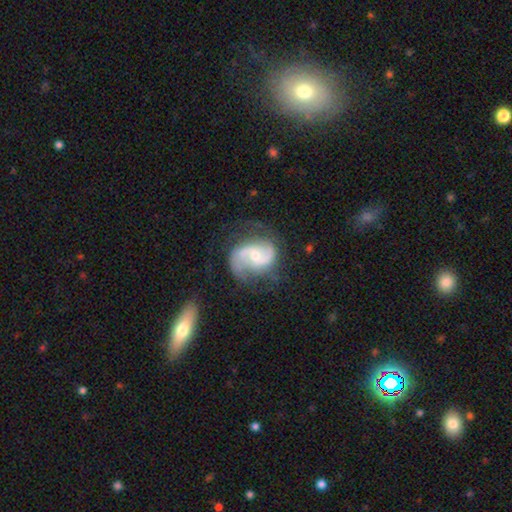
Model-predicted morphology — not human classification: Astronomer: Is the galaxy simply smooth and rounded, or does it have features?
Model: featured or disk — 87%.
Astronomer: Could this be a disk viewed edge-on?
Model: no — 98%.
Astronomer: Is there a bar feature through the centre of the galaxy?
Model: no — 49% (runner-up: weak, 41%).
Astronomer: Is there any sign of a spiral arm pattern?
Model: yes — 97%.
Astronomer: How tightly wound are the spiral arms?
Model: medium — 50% (runner-up: loose, 34%).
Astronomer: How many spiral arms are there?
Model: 2 — 90%.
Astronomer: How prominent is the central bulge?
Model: small — 51% (runner-up: moderate, 44%).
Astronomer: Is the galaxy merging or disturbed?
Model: none — 69%.